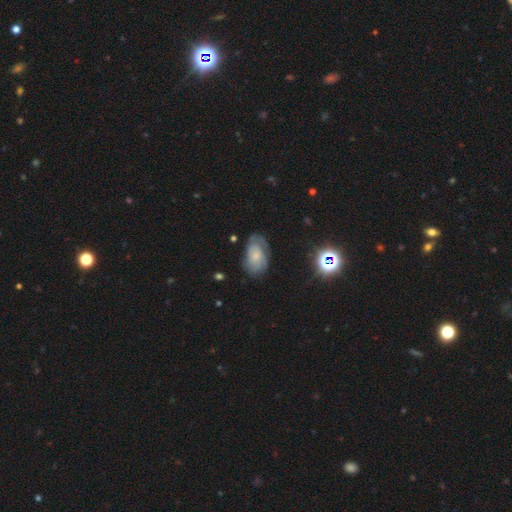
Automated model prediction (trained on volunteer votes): smooth_or_featured: featured or disk (p=0.56) [alt: smooth p=0.34]
disk_edge_on: no (p=0.95) [alt: yes p=0.05]
bar: no (p=0.76) [alt: weak p=0.20]
has_spiral_arms: yes (p=0.83) [alt: no p=0.17]
bulge_size: small (p=0.60) [alt: moderate p=0.24]
merging: none (p=0.61) [alt: minor disturbance p=0.25]